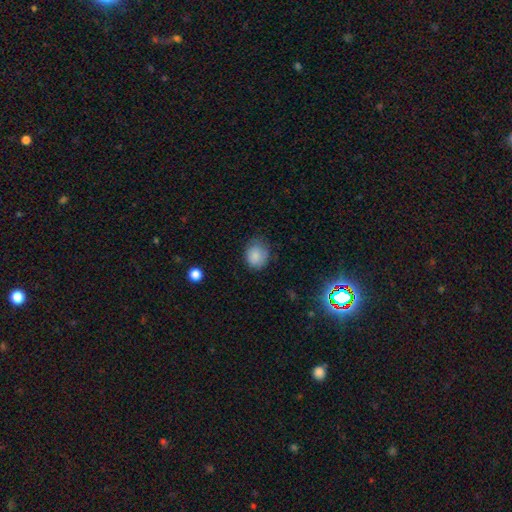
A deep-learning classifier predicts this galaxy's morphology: Smooth or featured? Predicted: smooth (p=0.85). How rounded? Predicted: round (p=0.65). Merging? Predicted: none (p=0.68).